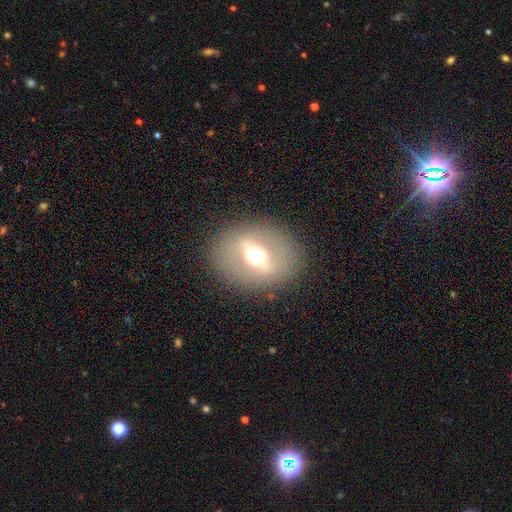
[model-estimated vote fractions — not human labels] Overall: featured or disk (46%; smooth 40%). Merging: none (84%).